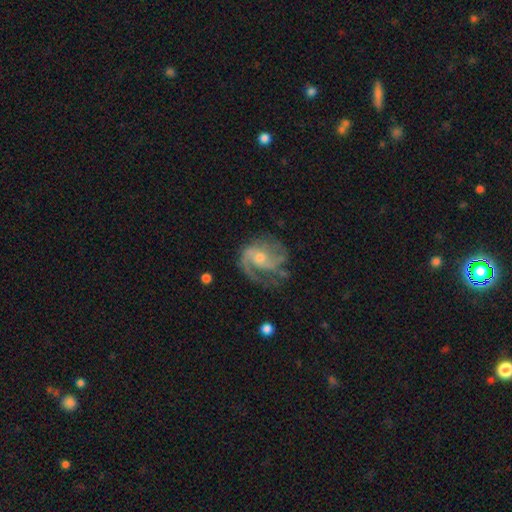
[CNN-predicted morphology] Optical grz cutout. It shows a featured or disk galaxy (85%) with no bar (53%), 2 (54%) medium (50%) spiral arms (95%) and a small central bulge (49%). Merging: none (63%).